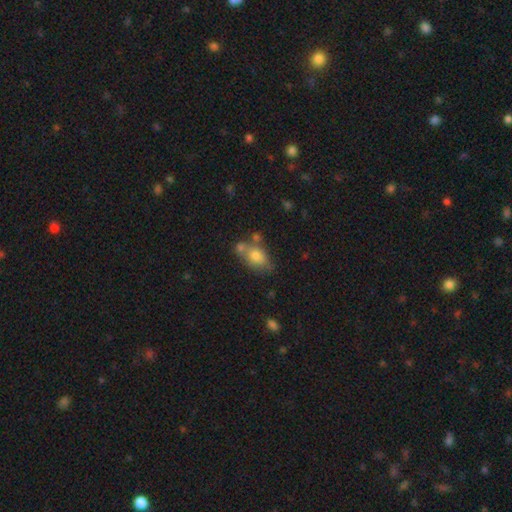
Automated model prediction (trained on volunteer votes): Overall: smooth (73%). How rounded: in between (79%). Merging: none (47%; merger 27%).